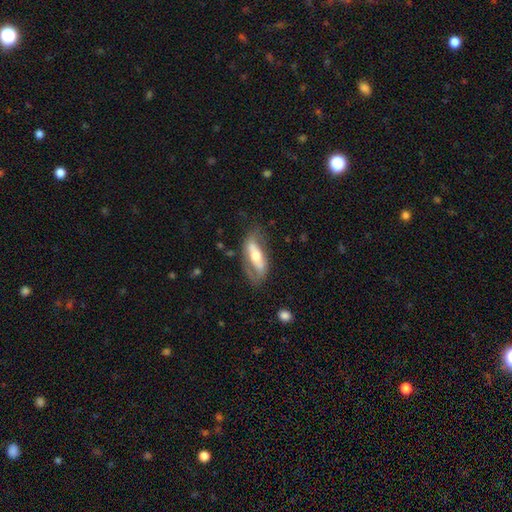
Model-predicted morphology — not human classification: A featured or disk galaxy (60%).

Vote fractions:
- Smooth or featured? featured or disk: 60% / smooth: 34% / star or artifact: 6%
- Edge-on disk? no: 76% / yes: 24%
- Merging? none: 59% / minor disturbance: 23% / major disturbance: 15% / merger: 3%